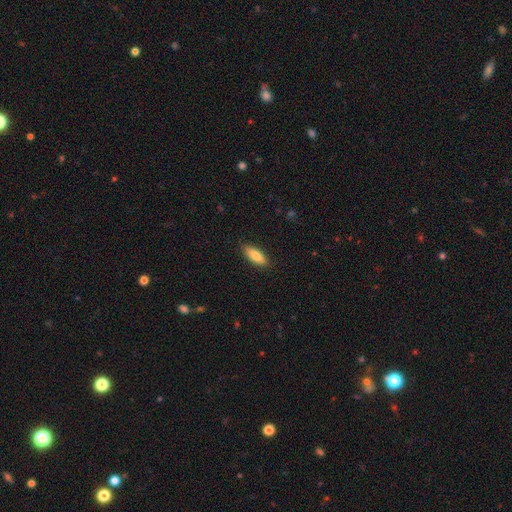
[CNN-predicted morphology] A smooth galaxy with no disk features (84%) that is in between round and cigar-shaped (72%). Merging: none (87%).